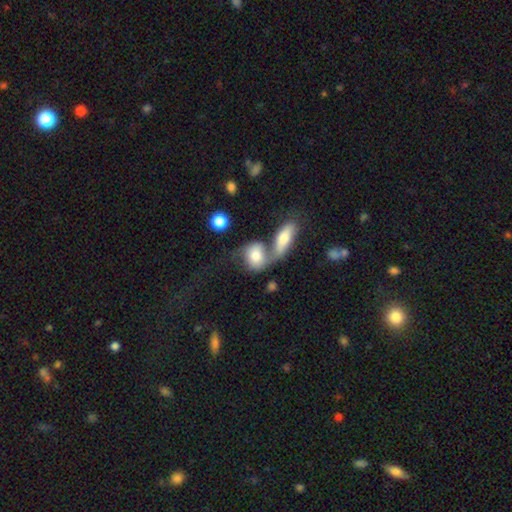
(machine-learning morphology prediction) smooth_or_featured: smooth (p=0.68) [alt: featured or disk p=0.25]
how_rounded: in between (p=0.54) [alt: round p=0.42]
merging: merger (p=0.64) [alt: none p=0.21]